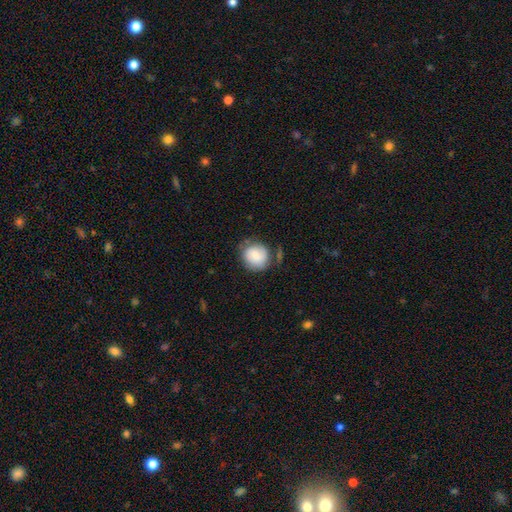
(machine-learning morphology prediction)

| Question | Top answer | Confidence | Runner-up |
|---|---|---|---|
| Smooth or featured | smooth | 76% | featured or disk (17%) |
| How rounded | round | 77% | in between (22%) |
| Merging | none | 61% | minor disturbance (24%) |